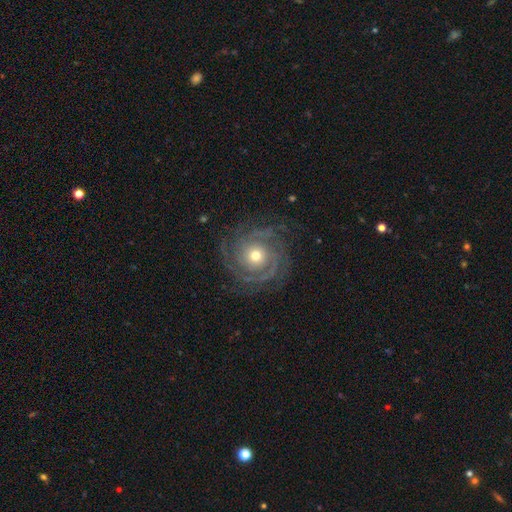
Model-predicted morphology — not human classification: Smooth or featured: featured or disk — 86% (smooth — 7%)
Edge-on disk: no — 97% (yes — 3%)
Bar: no — 82% (weak — 13%)
Spiral arms: yes — 96% (no — 4%)
Spiral winding: tight — 72% (medium — 23%)
Spiral arm count: 3 — 30% (can't tell — 22%)
Bulge size: moderate — 61% (small — 33%)
Merging: none — 79% (minor disturbance — 13%)